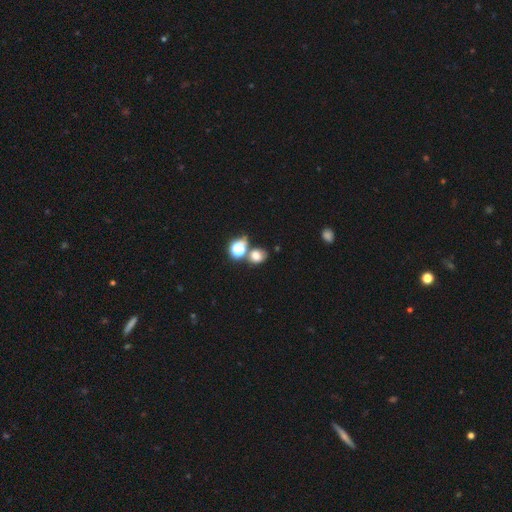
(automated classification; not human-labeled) This is likely a smooth galaxy (69%). How rounded: possibly round (60%). Merging: possibly none (57%).